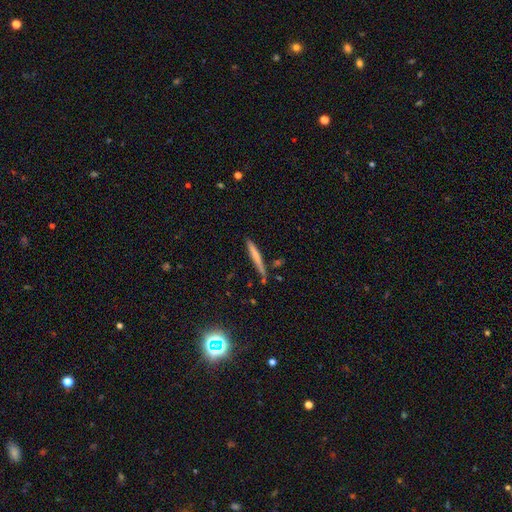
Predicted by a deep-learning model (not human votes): A smooth galaxy with no disk features (62%) that is cigar-shaped (95%).

Vote fractions:
- Smooth or featured? smooth: 62% / featured or disk: 31% / star or artifact: 7%
- How rounded? cigar-shaped: 95% / in between: 3% / round: 1%
- Merging? none: 75% / minor disturbance: 16% / merger: 6% / major disturbance: 3%